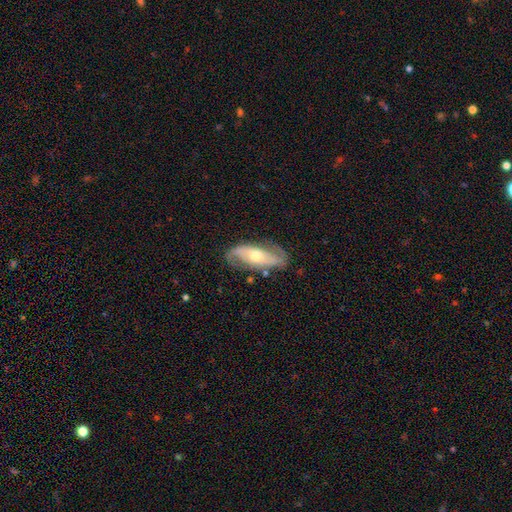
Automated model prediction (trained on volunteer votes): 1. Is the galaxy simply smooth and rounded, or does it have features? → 75% featured or disk, 19% smooth, 6% star or artifact.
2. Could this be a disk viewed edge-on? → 89% no, 11% yes.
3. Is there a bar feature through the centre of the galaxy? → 55% no, 28% weak, 17% strong.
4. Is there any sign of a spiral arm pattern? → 88% yes, 12% no.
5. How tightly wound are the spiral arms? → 40% loose, 39% medium, 21% tight.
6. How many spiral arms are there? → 86% 2, 8% can't tell, 3% 1, 1% 3, 1% 4, 1% more than 4.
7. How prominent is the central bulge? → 64% moderate, 29% small, 5% large, 1% none, 1% dominant.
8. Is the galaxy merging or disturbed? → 75% none, 17% minor disturbance, 6% major disturbance, 2% merger.